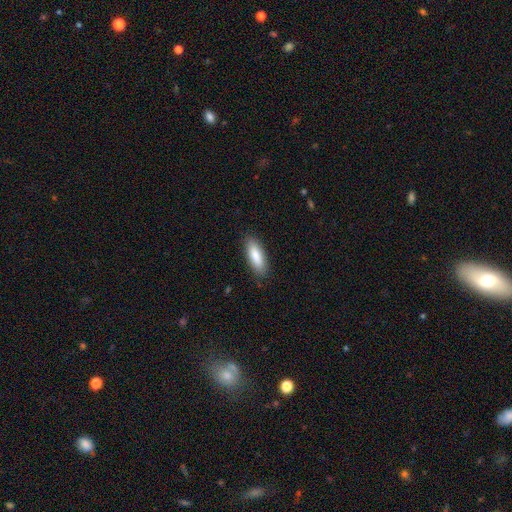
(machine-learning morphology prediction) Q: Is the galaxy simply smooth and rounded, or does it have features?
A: smooth — 84%.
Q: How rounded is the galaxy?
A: in between — 64%.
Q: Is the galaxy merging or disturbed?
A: none — 86%.